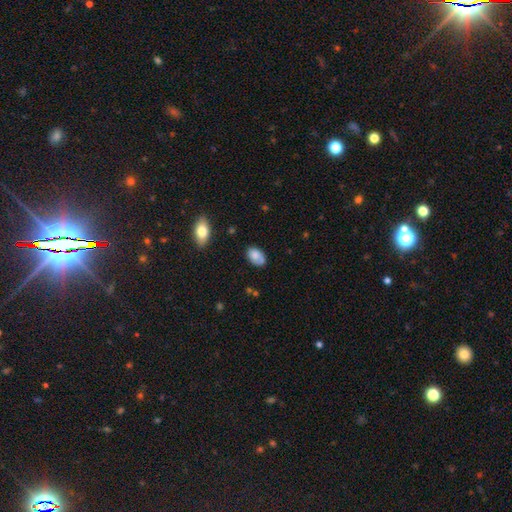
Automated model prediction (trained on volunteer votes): smooth_or_featured: smooth (p=0.79) [alt: featured or disk p=0.13]
how_rounded: in between (p=0.90) [alt: round p=0.09]
merging: none (p=0.62) [alt: minor disturbance p=0.25]